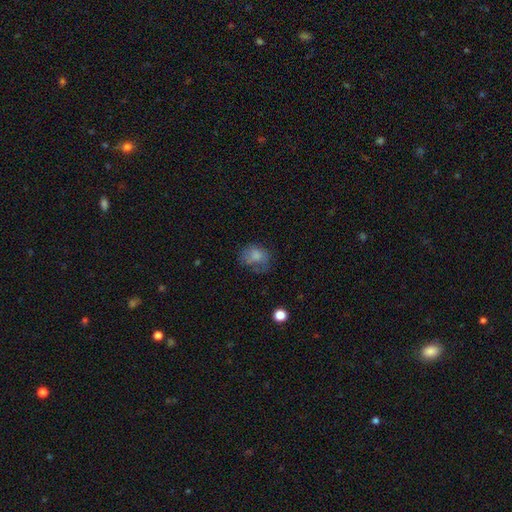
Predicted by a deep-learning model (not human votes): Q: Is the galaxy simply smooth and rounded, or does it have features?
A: smooth — 71%.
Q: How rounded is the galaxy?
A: in between — 52%.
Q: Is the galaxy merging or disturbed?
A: none — 43%.